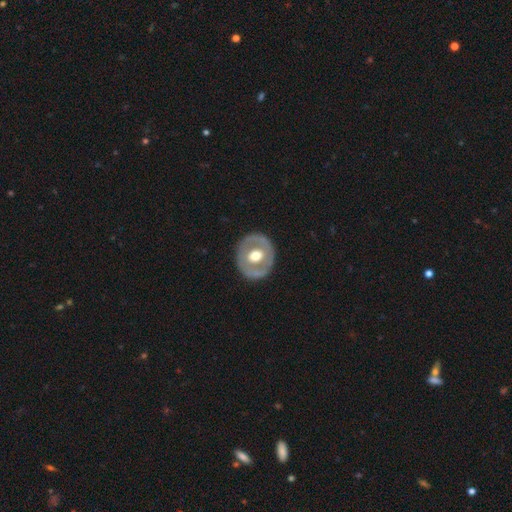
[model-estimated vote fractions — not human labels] smooth-or-featured: featured or disk: 58% | smooth: 38% | star or artifact: 5%
  disk-edge-on: no: 94% | yes: 6%
    bar: no: 74% | weak: 19% | strong: 7%
    has-spiral-arms: no: 85% | yes: 15%
    bulge-size: moderate: 66% | large: 27% | small: 4% | dominant: 1% | none: 1%
  merging: none: 82% | minor disturbance: 12% | major disturbance: 4% | merger: 1%